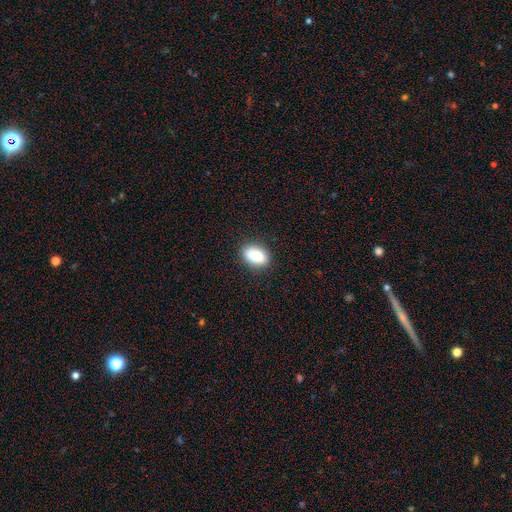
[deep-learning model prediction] Smooth or featured? Predicted: smooth (p=0.88). How rounded? Predicted: in between (p=0.88). Merging? Predicted: none (p=0.88).